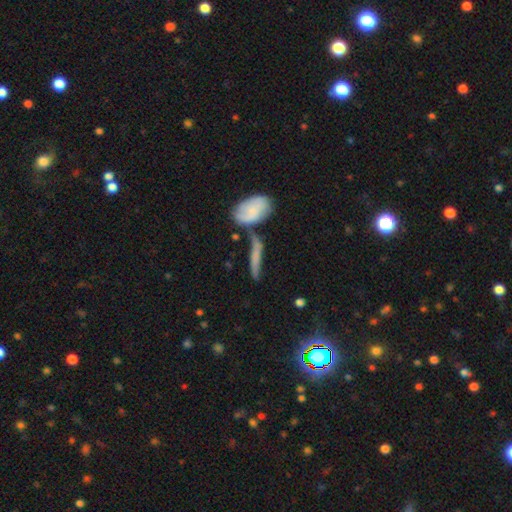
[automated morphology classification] type=smooth (53%); roundness=cigar-shaped (78%); merging=none (54%).